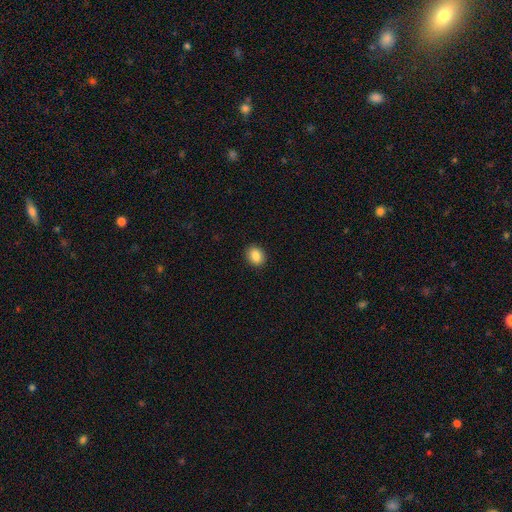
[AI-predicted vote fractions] Overall: smooth (87%). How rounded: round (52%; in between 47%). Merging: none (91%).